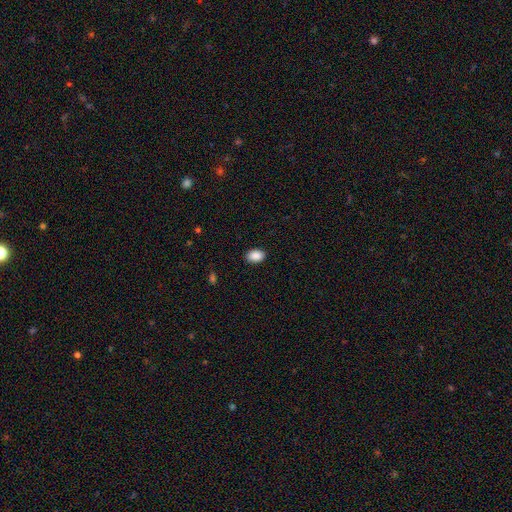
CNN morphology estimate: smooth 90%, star or artifact 8%, featured or disk 3%. Down the decision tree: how rounded — in between (84%); merging — none (89%).